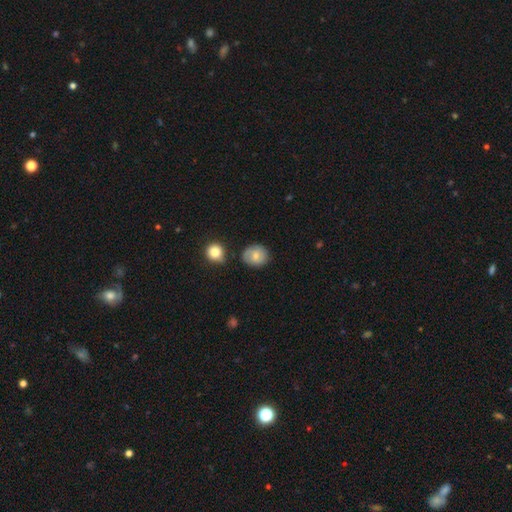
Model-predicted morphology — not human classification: smooth-or-featured: smooth: 65% | featured or disk: 27% | star or artifact: 9%
  how-rounded: round: 72% | in between: 27% | cigar-shaped: 1%
  merging: none: 69% | minor disturbance: 22% | major disturbance: 5% | merger: 5%